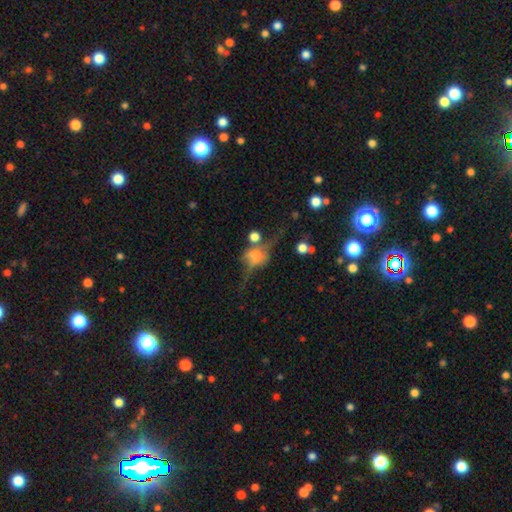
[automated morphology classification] A featured or disk galaxy (50%).

Vote fractions:
- Smooth or featured? featured or disk: 50% / smooth: 37% / star or artifact: 13%
- Merging? major disturbance: 34% / none: 30% / minor disturbance: 19% / merger: 17%